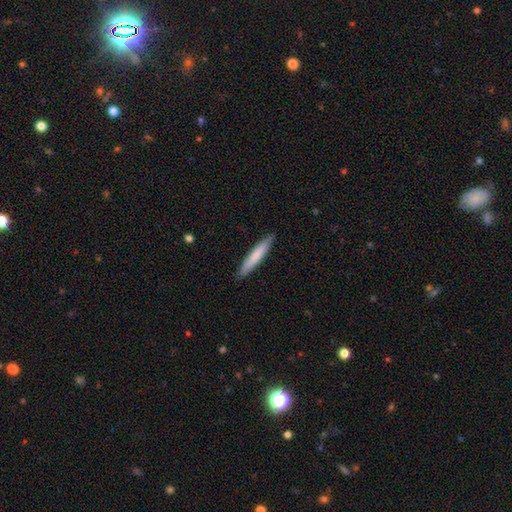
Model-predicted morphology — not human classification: A smooth galaxy with no disk features (74%) that is cigar-shaped (93%).

Vote fractions:
- Smooth or featured? smooth: 74% / featured or disk: 21% / star or artifact: 5%
- How rounded? cigar-shaped: 93% / in between: 6% / round: 1%
- Merging? none: 90% / minor disturbance: 8% / major disturbance: 1% / merger: 1%